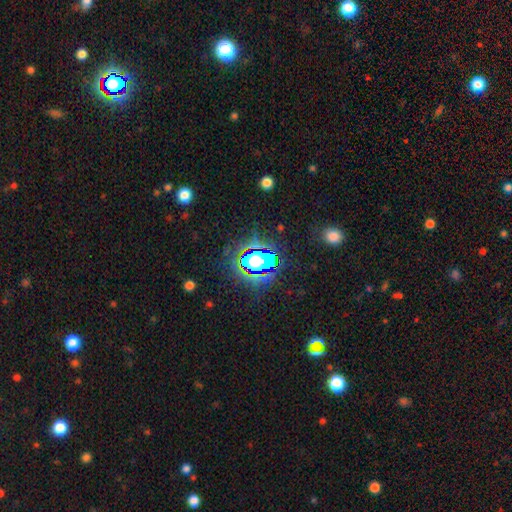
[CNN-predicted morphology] This is likely a star or artifact rather than a galaxy (73%).